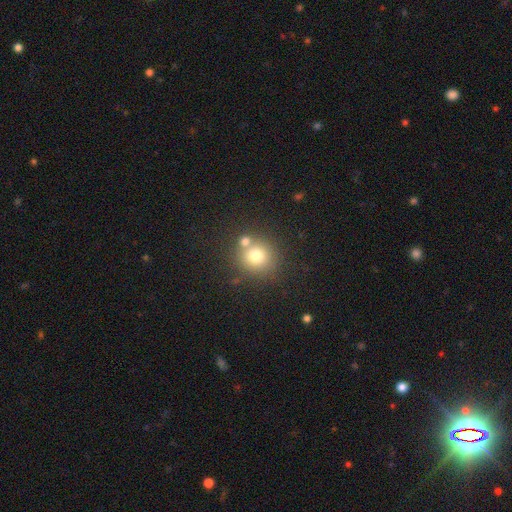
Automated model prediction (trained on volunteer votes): Smooth or featured?
  - smooth: 75% *
  - star or artifact: 13%
  - featured or disk: 12%
How rounded?
  - round: 88% *
  - in between: 11%
  - cigar-shaped: 1%
Merging?
  - none: 64% *
  - merger: 23%
  - minor disturbance: 9%
  - major disturbance: 3%